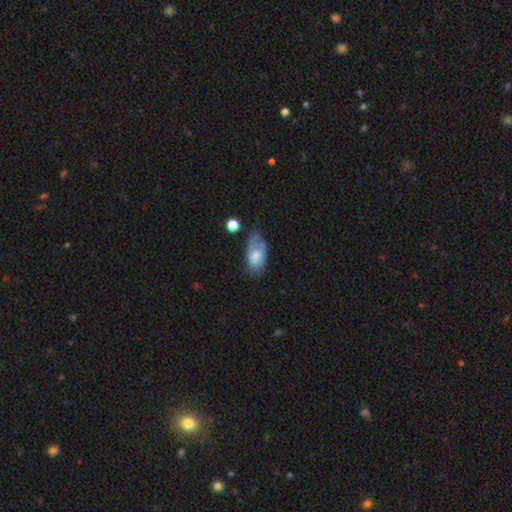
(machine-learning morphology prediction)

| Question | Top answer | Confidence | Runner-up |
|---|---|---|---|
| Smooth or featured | smooth | 64% | featured or disk (29%) |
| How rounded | in between | 92% | round (4%) |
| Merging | none | 45% | minor disturbance (34%) |